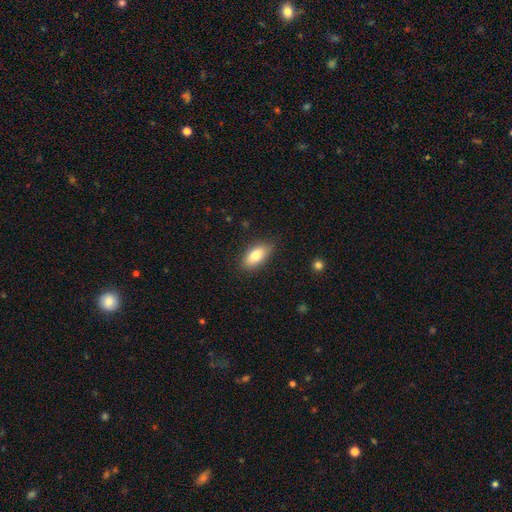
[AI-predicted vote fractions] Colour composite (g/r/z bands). It shows a smooth galaxy with no disk features (78%) that is in between round and cigar-shaped (89%). Merging: none (84%).